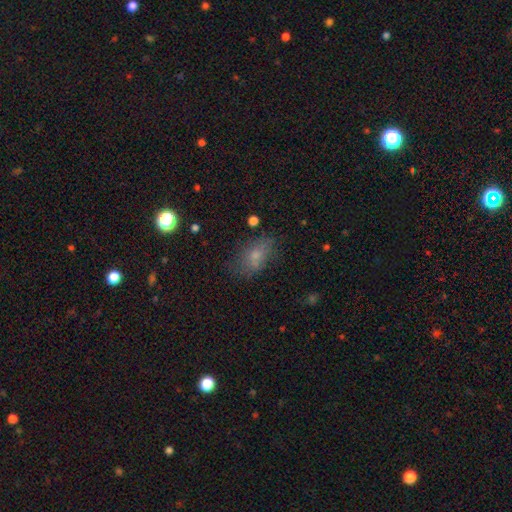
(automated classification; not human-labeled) Morphology: type=smooth (68%); roundness=in between (84%); merging=none (62%).